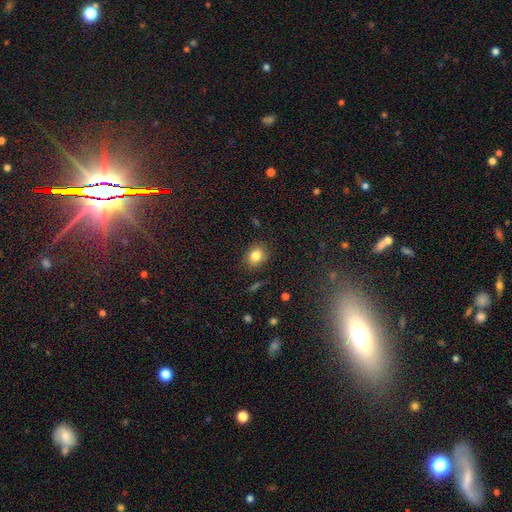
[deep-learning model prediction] A smooth galaxy with no disk features (82%) that is in between round and cigar-shaped (53%). Merging: none (86%).